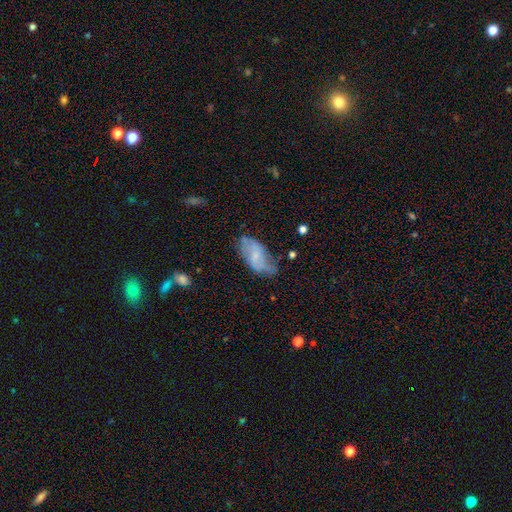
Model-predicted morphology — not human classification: Smooth or featured? smooth (48%)
Merging? none (52%)